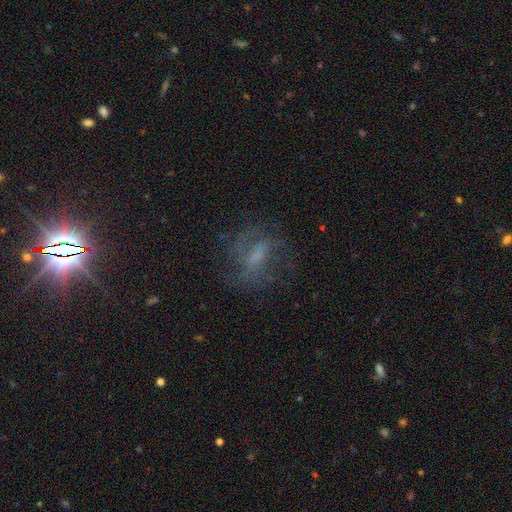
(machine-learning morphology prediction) A featured or disk galaxy (58%) with a weak bar (48%), spiral arms (75%) and a small central bulge (36%).

Vote fractions:
- Smooth or featured? featured or disk: 58% / smooth: 26% / star or artifact: 16%
- Edge-on disk? no: 92% / yes: 8%
- Bar? weak: 48% / no: 27% / strong: 25%
- Spiral arms? yes: 75% / no: 25%
- Bulge size? small: 36% / moderate: 29% / none: 28% / large: 6% / dominant: 1%
- Merging? none: 63% / major disturbance: 18% / minor disturbance: 17% / merger: 2%